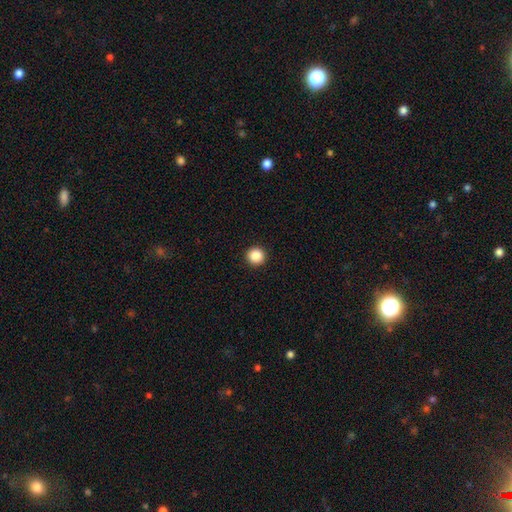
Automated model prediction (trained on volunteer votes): Q: Smooth or featured?
A: smooth (88%); runner-up: star or artifact (10%)
Q: How rounded?
A: round (96%); runner-up: in between (3%)
Q: Merging?
A: none (93%); runner-up: minor disturbance (4%)